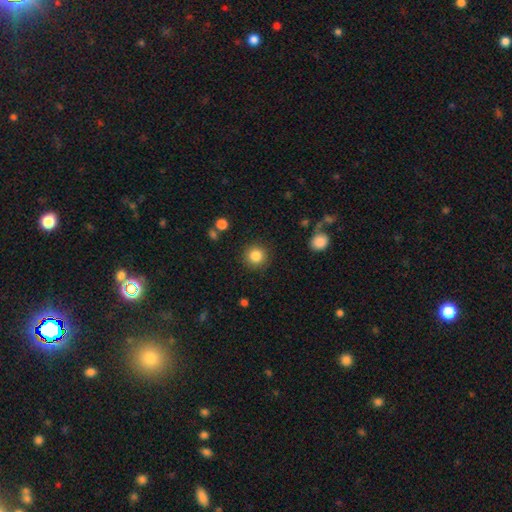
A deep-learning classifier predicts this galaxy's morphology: smooth-or-featured: smooth: 85% | star or artifact: 10% | featured or disk: 5%
  how-rounded: round: 94% | in between: 5% | cigar-shaped: 1%
  merging: none: 89% | minor disturbance: 6% | major disturbance: 3% | merger: 2%